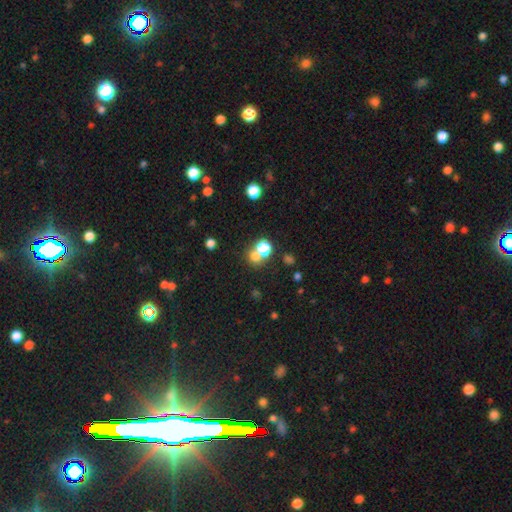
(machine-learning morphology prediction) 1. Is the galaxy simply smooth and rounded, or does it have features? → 66% smooth, 24% star or artifact, 9% featured or disk.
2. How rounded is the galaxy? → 77% round, 22% in between, 1% cigar-shaped.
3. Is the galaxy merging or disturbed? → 52% none, 35% merger, 8% minor disturbance, 5% major disturbance.